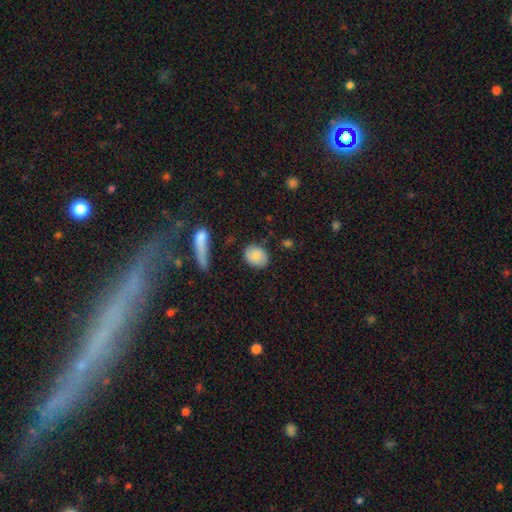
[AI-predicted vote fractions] Smooth or featured? smooth (82%)
How rounded? in between (53%)
Merging? none (80%)